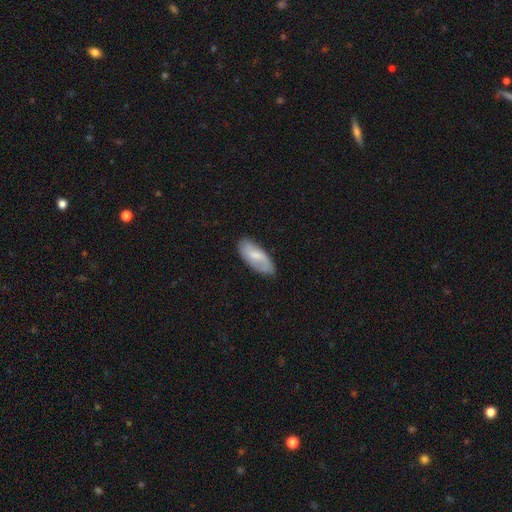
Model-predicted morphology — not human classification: A smooth galaxy with no disk features (60%) that is in between round and cigar-shaped (86%).

Vote fractions:
- Smooth or featured? smooth: 60% / featured or disk: 34% / star or artifact: 6%
- How rounded? in between: 86% / cigar-shaped: 12% / round: 2%
- Merging? none: 78% / minor disturbance: 17% / major disturbance: 4% / merger: 1%